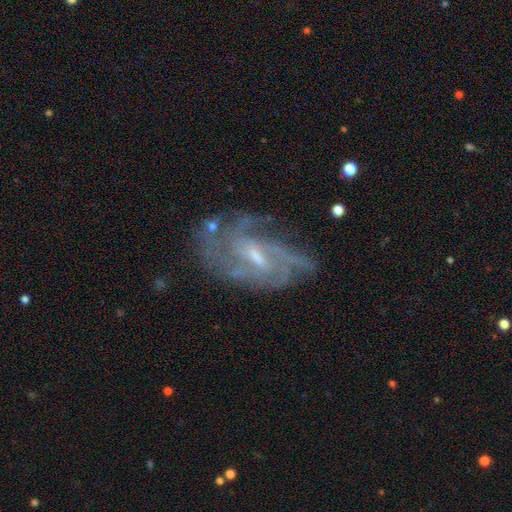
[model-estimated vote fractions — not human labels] Smooth or featured? featured or disk (82%)
Edge-on disk? no (95%)
Bar? weak (55%)
Spiral arms? yes (91%)
Spiral winding? medium (43%)
Spiral arm count? can't tell (31%)
Bulge size? small (53%)
Merging? none (60%)